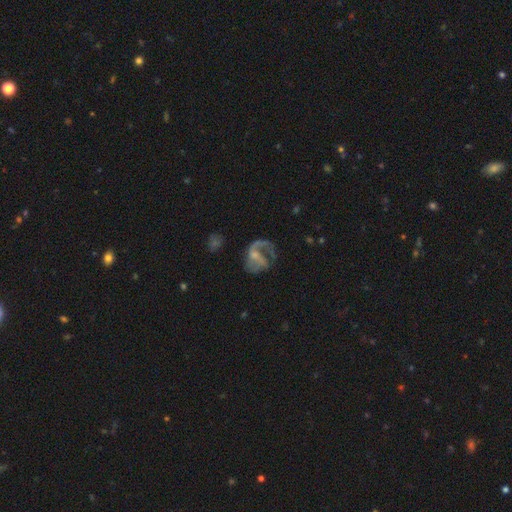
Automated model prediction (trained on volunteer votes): smooth_or_featured: featured or disk (p=0.70) [alt: smooth p=0.21]
disk_edge_on: no (p=0.98) [alt: yes p=0.02]
bar: no (p=0.51) [alt: weak p=0.38]
has_spiral_arms: yes (p=0.74) [alt: no p=0.26]
spiral_winding: loose (p=0.55) [alt: medium p=0.35]
spiral_arm_count: 1 (p=0.54) [alt: 2 p=0.30]
bulge_size: small (p=0.39) [alt: none p=0.31]
merging: major disturbance (p=0.48) [alt: none p=0.31]